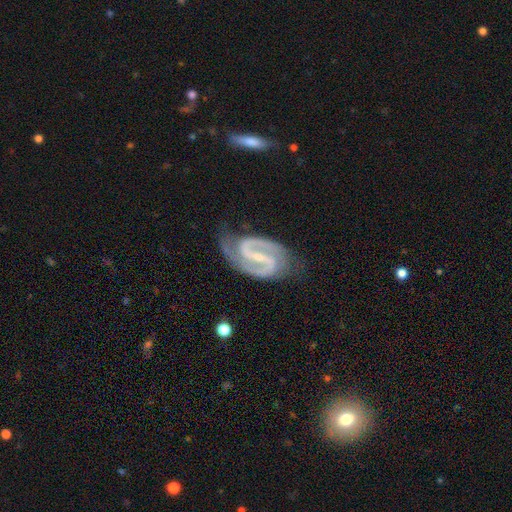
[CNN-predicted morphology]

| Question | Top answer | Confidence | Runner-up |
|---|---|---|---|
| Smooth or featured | featured or disk | 94% | star or artifact (4%) |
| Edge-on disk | no | 98% | yes (2%) |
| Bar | strong | 57% | weak (32%) |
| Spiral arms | yes | 98% | no (2%) |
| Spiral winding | medium | 60% | tight (25%) |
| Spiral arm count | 2 | 95% | can't tell (1%) |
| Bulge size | small | 71% | moderate (15%) |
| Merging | none | 78% | minor disturbance (16%) |